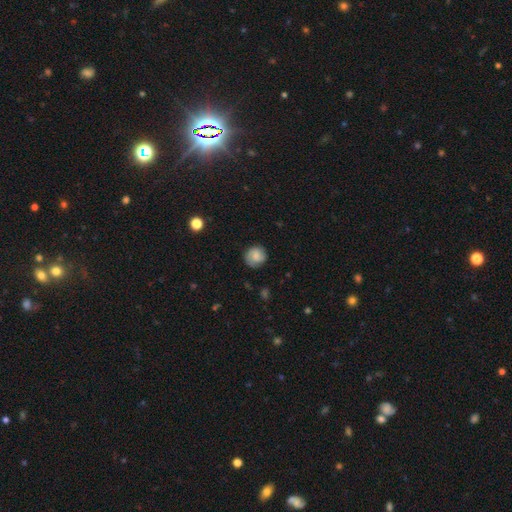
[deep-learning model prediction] A smooth galaxy with no disk features (71%) that is round (88%). Merging: none (79%).